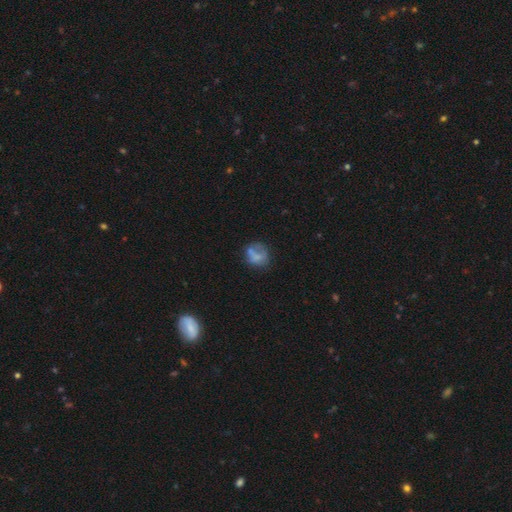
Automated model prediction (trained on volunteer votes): Smooth or featured? smooth (60%)
How rounded? round (68%)
Merging? none (45%)